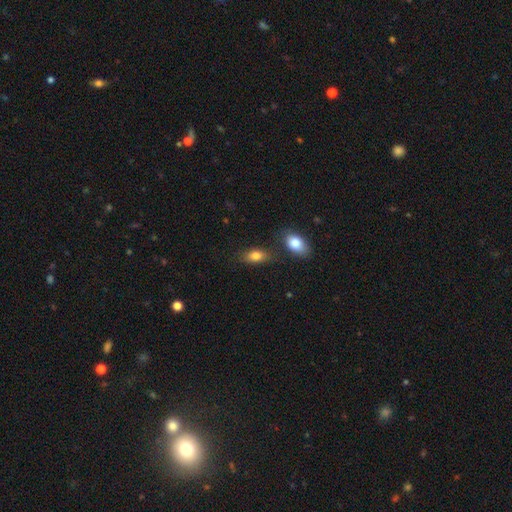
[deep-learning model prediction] Smooth or featured: smooth — 81% (featured or disk — 10%)
How rounded: in between — 88% (round — 7%)
Merging: none — 69% (minor disturbance — 15%)